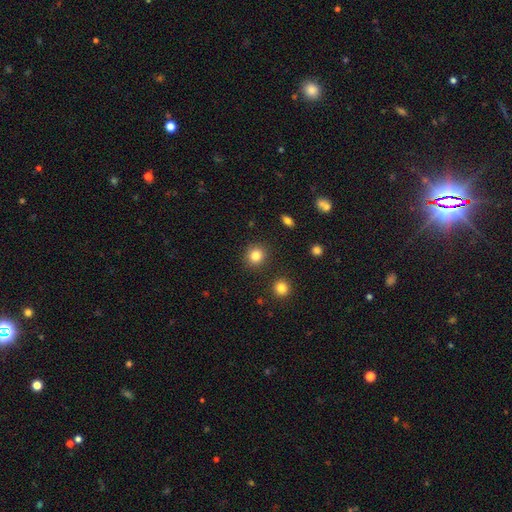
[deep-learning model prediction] The model was most divided on "smooth or featured": smooth: 83%, star or artifact: 11%, featured or disk: 6%. More confident: how rounded — round (90%); merging — none (90%).